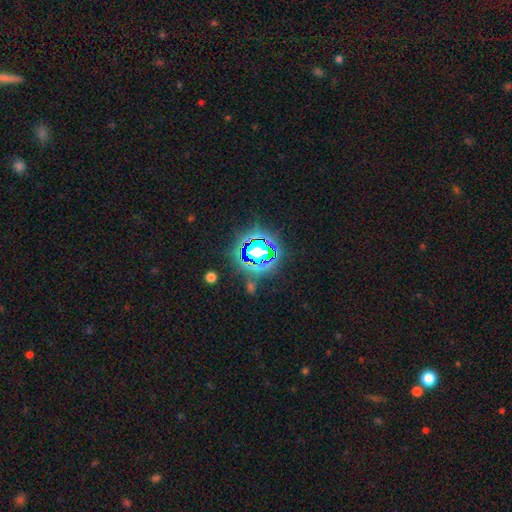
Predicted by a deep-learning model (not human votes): Smooth or featured? star or artifact (74%)